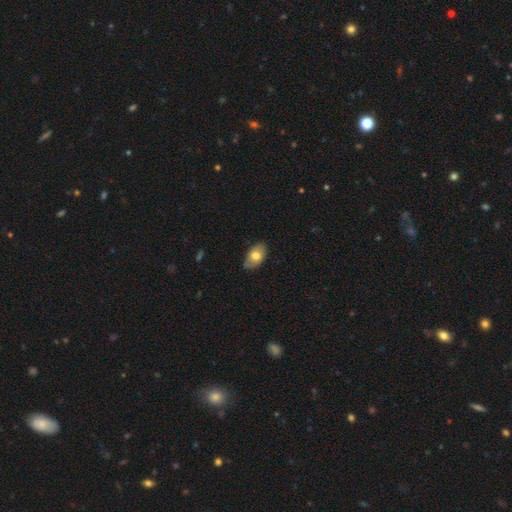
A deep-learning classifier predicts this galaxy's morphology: Smooth or featured? smooth (71%)
How rounded? in between (91%)
Merging? none (78%)